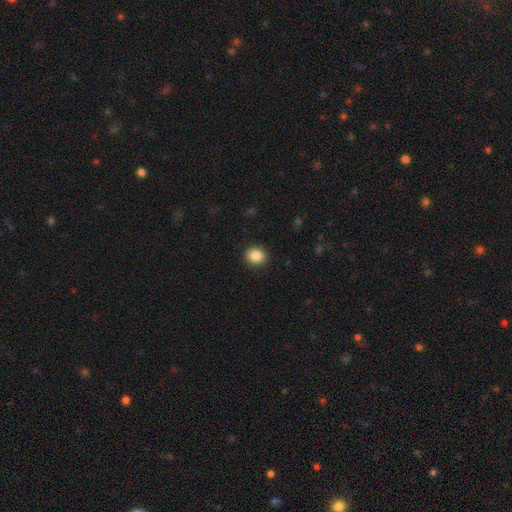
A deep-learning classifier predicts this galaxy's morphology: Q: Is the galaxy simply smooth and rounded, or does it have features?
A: smooth — 87%.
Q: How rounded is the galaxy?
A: round — 83%.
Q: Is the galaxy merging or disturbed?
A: none — 91%.